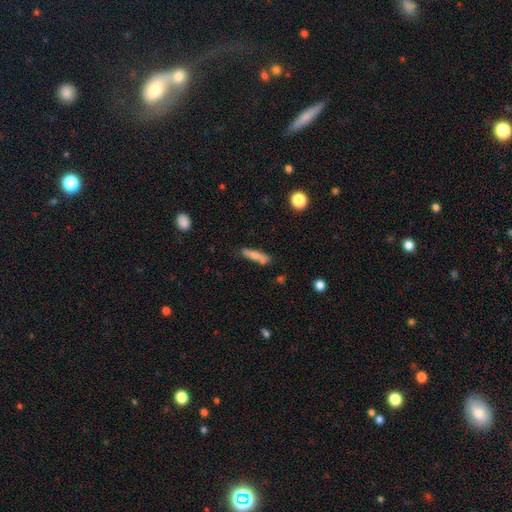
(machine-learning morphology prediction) smooth_or_featured: smooth (p=0.74) [alt: featured or disk p=0.18]
how_rounded: cigar-shaped (p=0.76) [alt: in between p=0.21]
merging: none (p=0.65) [alt: minor disturbance p=0.18]